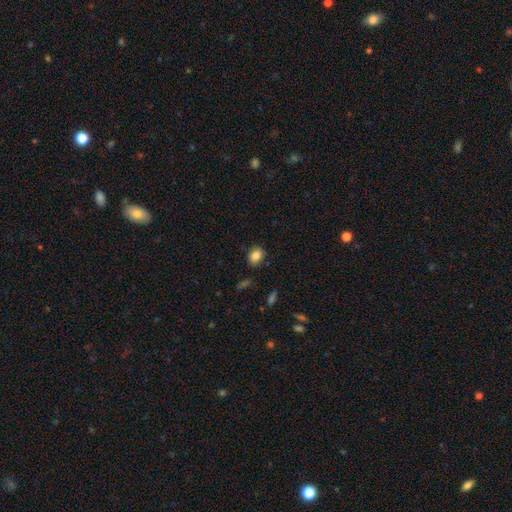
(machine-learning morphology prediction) smooth_or_featured: smooth (p=0.84) [alt: star or artifact p=0.09]
how_rounded: in between (p=0.63) [alt: round p=0.36]
merging: none (p=0.82) [alt: minor disturbance p=0.13]